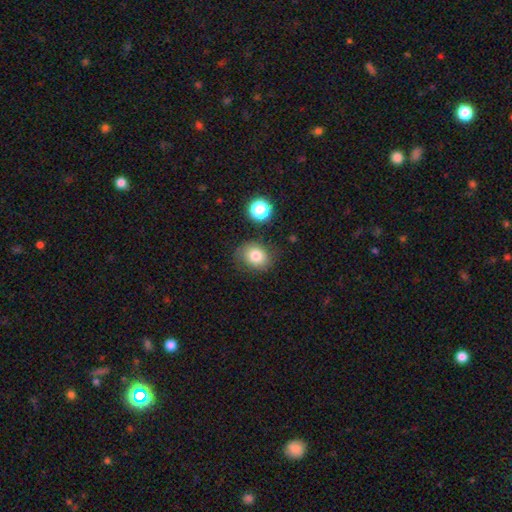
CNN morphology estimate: smooth 79%, star or artifact 12%, featured or disk 10%. Down the decision tree: how rounded — round (56%); merging — none (76%).